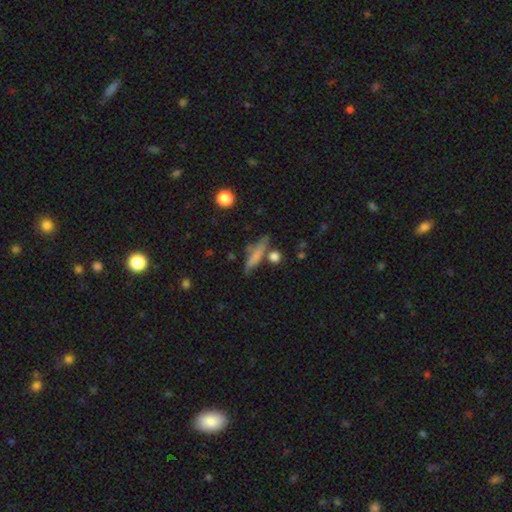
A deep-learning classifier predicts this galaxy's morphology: Overall: smooth (66%; featured or disk 26%). How rounded: cigar-shaped (77%). Merging: none (60%; minor disturbance 21%).